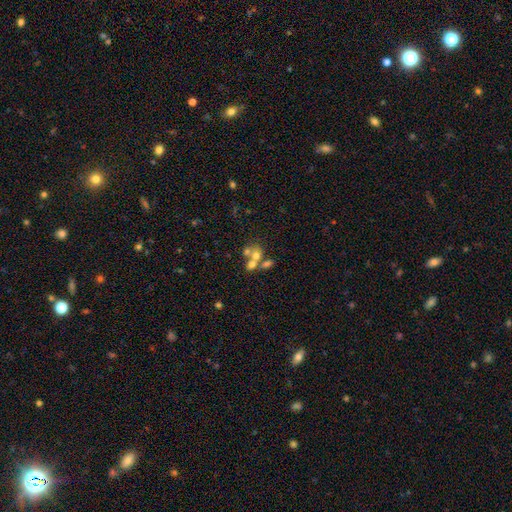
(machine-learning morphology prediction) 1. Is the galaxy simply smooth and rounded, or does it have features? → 56% smooth, 26% featured or disk, 17% star or artifact.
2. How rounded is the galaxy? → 63% round, 35% in between, 2% cigar-shaped.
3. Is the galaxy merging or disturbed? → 58% merger, 29% none, 7% minor disturbance, 6% major disturbance.